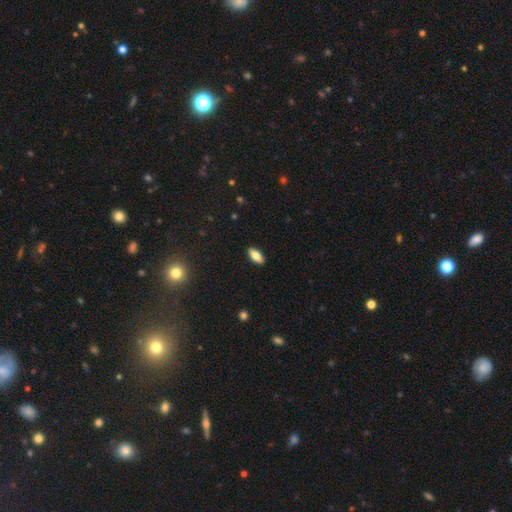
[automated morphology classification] A smooth galaxy with no disk features (74%) that is in between round and cigar-shaped (85%).

Vote fractions:
- Smooth or featured? smooth: 74% / featured or disk: 19% / star or artifact: 7%
- How rounded? in between: 85% / cigar-shaped: 13% / round: 3%
- Merging? none: 90% / minor disturbance: 7% / major disturbance: 2% / merger: 1%